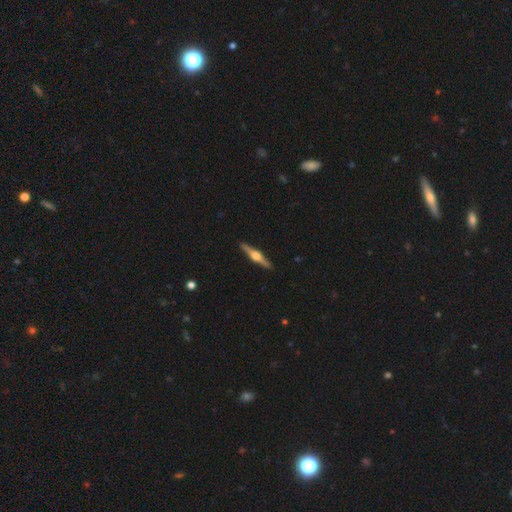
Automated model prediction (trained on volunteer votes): smooth-or-featured: featured or disk: 80% | smooth: 15% | star or artifact: 5%
  disk-edge-on: yes: 98% | no: 2%
    edge-on-bulge: rounded: 94% | boxy: 5% | none: 2%
  merging: none: 92% | minor disturbance: 6% | major disturbance: 1% | merger: 1%